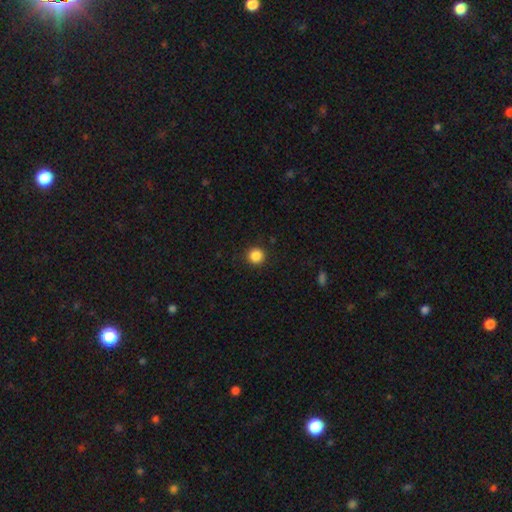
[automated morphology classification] Smooth or featured? smooth (87%)
How rounded? round (95%)
Merging? none (92%)